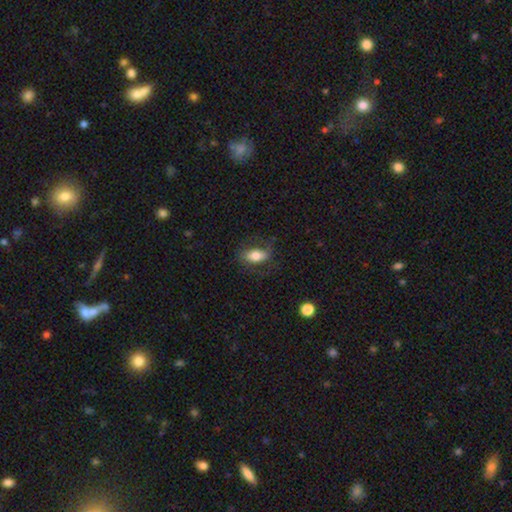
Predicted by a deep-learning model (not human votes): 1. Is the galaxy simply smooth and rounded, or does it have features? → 71% smooth, 22% featured or disk, 7% star or artifact.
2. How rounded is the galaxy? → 87% in between, 7% cigar-shaped, 6% round.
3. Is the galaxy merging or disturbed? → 70% none, 18% minor disturbance, 10% major disturbance, 1% merger.